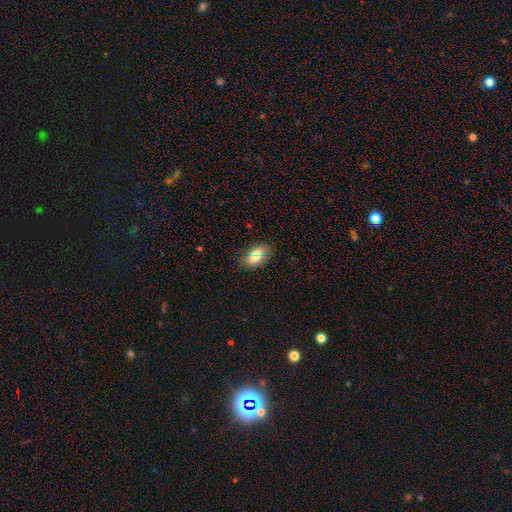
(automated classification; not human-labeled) This is likely a smooth galaxy (74%). How rounded: clearly in between (86%). Merging: clearly none (83%).